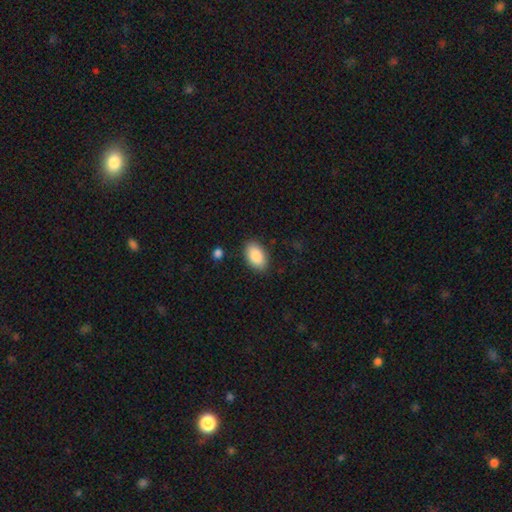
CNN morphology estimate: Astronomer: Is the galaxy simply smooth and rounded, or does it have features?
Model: smooth — 88%.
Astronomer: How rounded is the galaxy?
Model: in between — 93%.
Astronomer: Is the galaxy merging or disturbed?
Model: none — 86%.